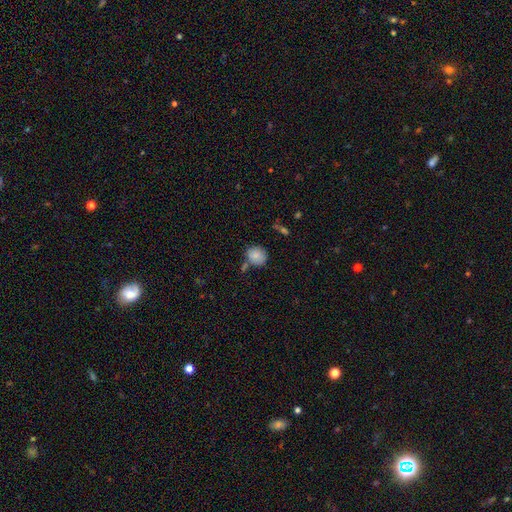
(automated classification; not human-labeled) This is clearly a smooth galaxy (84%). How rounded: likely round (73%). Merging: likely none (63%).